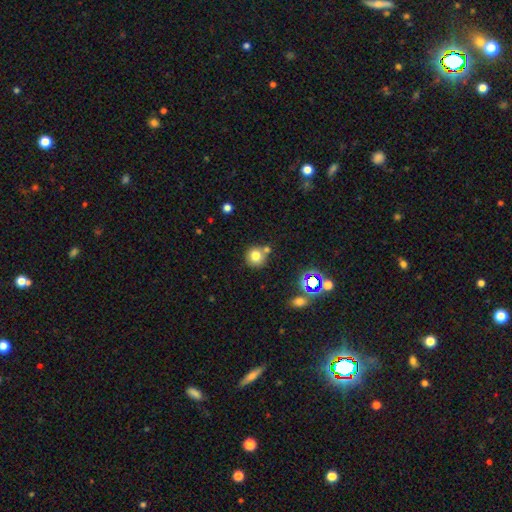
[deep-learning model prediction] Smooth or featured? Predicted: smooth (p=0.76). How rounded? Predicted: round (p=0.92). Merging? Predicted: none (p=0.68).